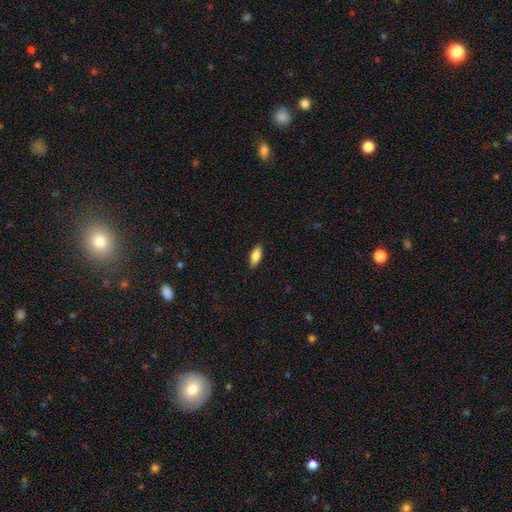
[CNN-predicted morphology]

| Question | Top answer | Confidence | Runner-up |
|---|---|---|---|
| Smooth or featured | smooth | 82% | featured or disk (12%) |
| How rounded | in between | 75% | cigar-shaped (23%) |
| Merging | none | 87% | minor disturbance (10%) |